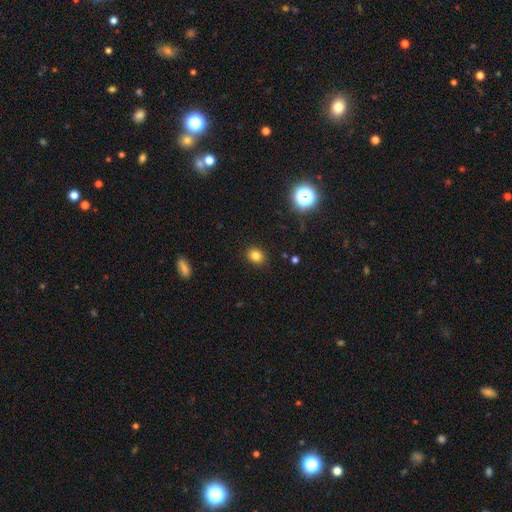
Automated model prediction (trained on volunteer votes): Q: Smooth or featured?
A: smooth (81%); runner-up: star or artifact (13%)
Q: How rounded?
A: round (62%); runner-up: in between (37%)
Q: Merging?
A: none (89%); runner-up: minor disturbance (7%)